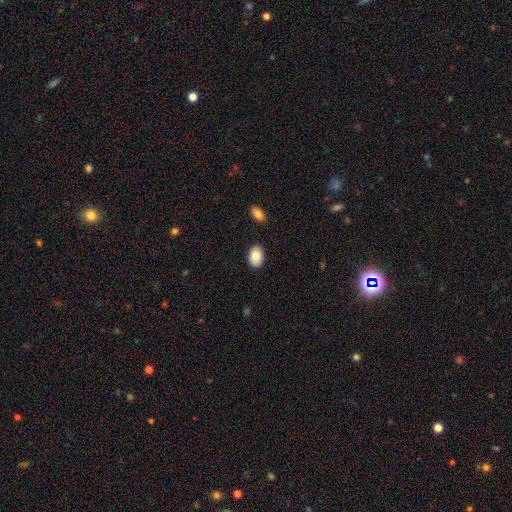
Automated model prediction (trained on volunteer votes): smooth 82%, featured or disk 11%, star or artifact 7%. Down the decision tree: how rounded — in between (84%); merging — none (87%).